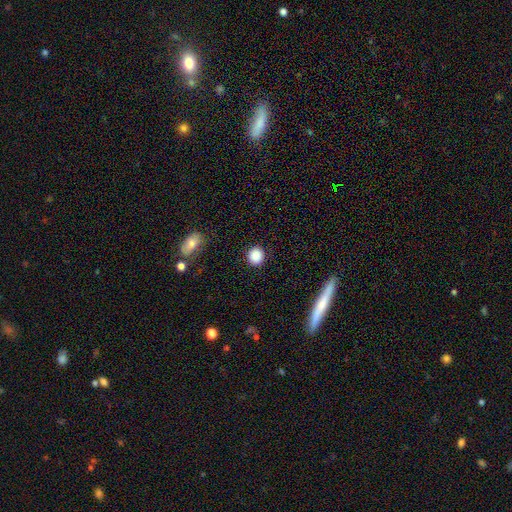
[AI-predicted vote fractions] This appears to be a smooth galaxy with no disk features (88%) that is round (84%). Merging: none (90%).